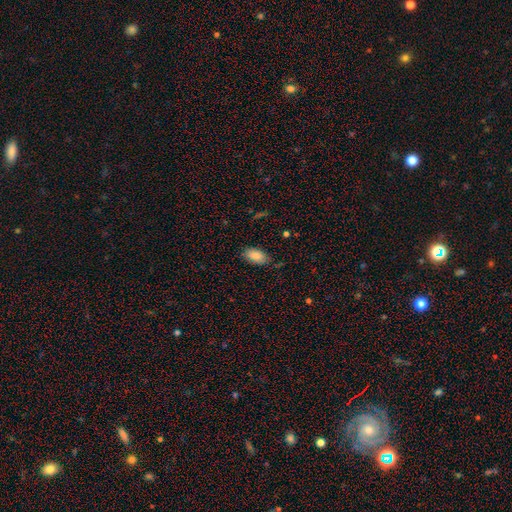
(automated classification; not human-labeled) smooth-or-featured: smooth: 86% | star or artifact: 7% | featured or disk: 7%
  how-rounded: in between: 93% | round: 3% | cigar-shaped: 3%
  merging: none: 78% | minor disturbance: 18% | major disturbance: 3% | merger: 2%